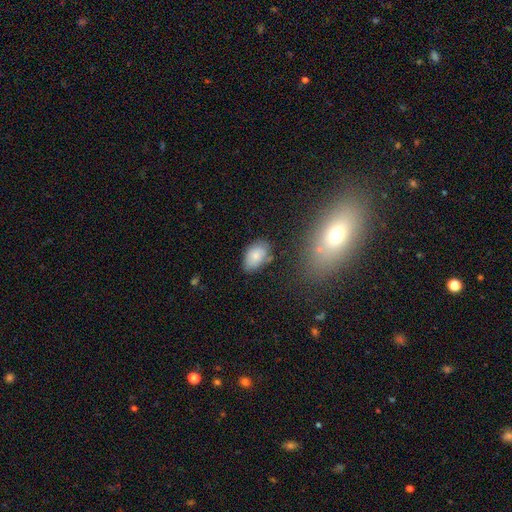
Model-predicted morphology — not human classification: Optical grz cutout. It shows a smooth galaxy with no disk features (79%) that is in between round and cigar-shaped (91%). Merging: none (67%).